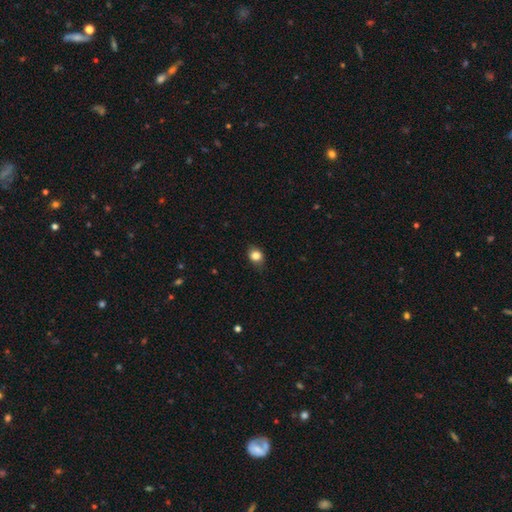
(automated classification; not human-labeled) The model was most divided on "how rounded": round: 58%, in between: 41%, cigar-shaped: 1%. More confident: smooth or featured — smooth (83%); merging — none (75%).